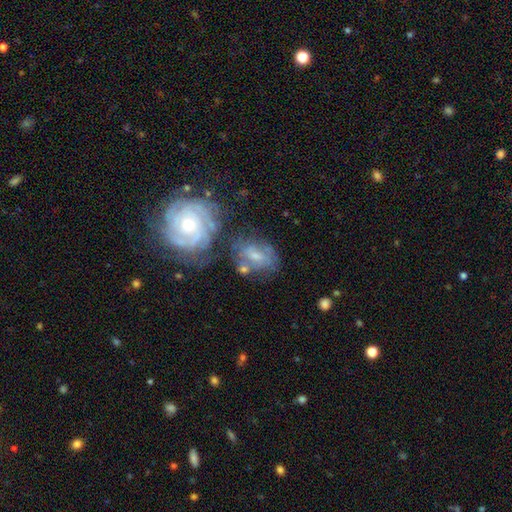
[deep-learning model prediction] Overall: featured or disk (61%; smooth 30%). Edge-on disk: no (95%). Bar: no (46%; weak 41%). Spiral arms: yes (75%). Bulge size: small (50%; moderate 40%). Merging: none (46%; merger 21%).